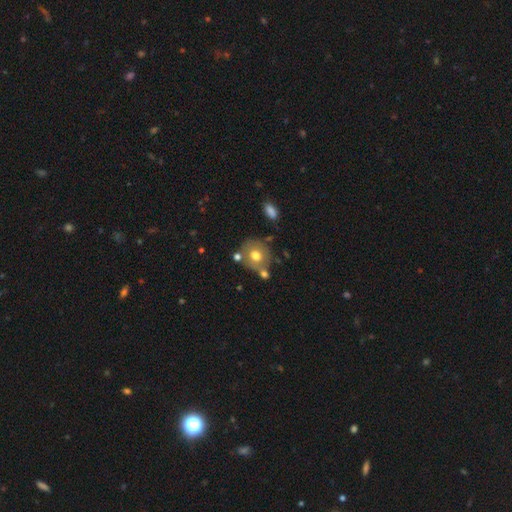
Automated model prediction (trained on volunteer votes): A smooth galaxy with no disk features (65%) that is round (81%). Merging: none (64%).